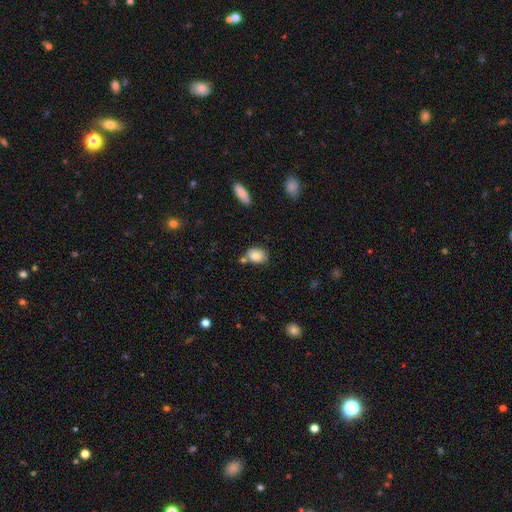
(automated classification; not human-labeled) Q: Smooth or featured?
A: smooth (82%); runner-up: featured or disk (9%)
Q: How rounded?
A: in between (68%); runner-up: round (31%)
Q: Merging?
A: none (63%); runner-up: minor disturbance (18%)